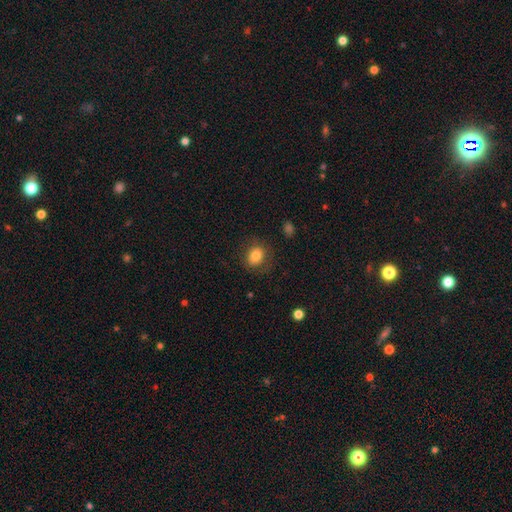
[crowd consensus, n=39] Smooth or featured: smooth — 82% (star or artifact — 10%)
How rounded: round — 50% (tied with in between — 50%)
Merging: none — 83% (minor disturbance — 9%)